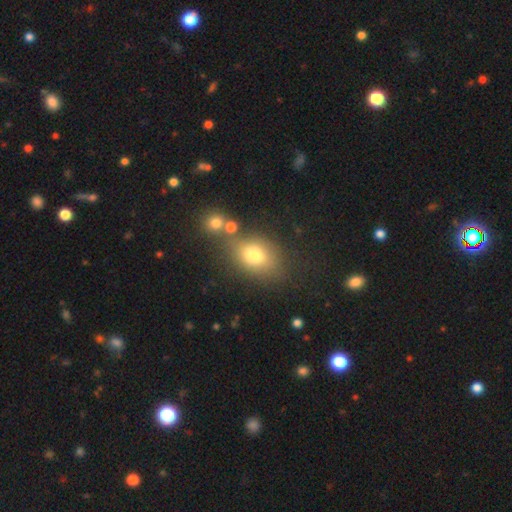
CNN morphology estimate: This appears to be a smooth galaxy with no disk features (75%) that is in between round and cigar-shaped (70%). Merging: none (61%).